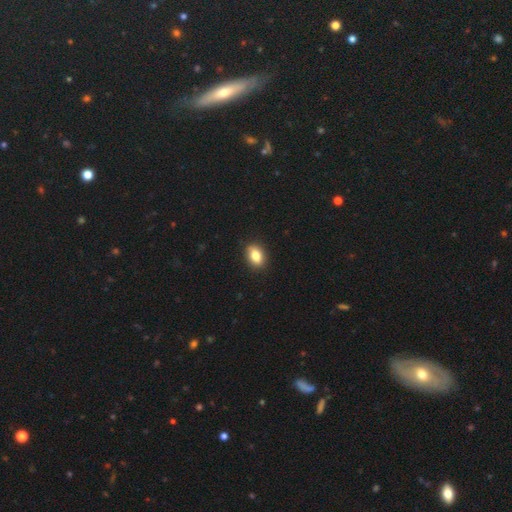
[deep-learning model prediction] Smooth or featured? Predicted: smooth (p=0.83). How rounded? Predicted: in between (p=0.82). Merging? Predicted: none (p=0.88).